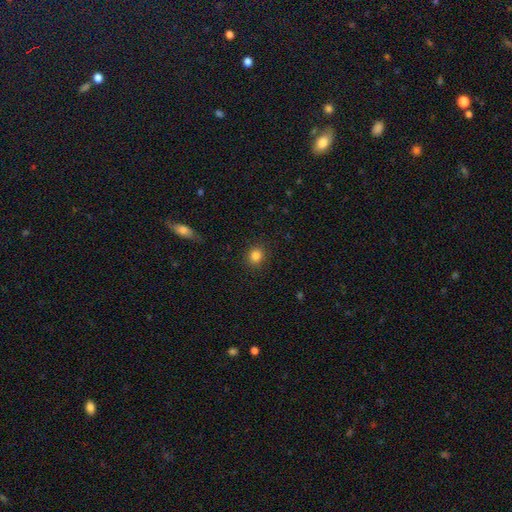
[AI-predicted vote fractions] Smooth or featured? Predicted: smooth (p=0.84). How rounded? Predicted: round (p=0.82). Merging? Predicted: none (p=0.89).